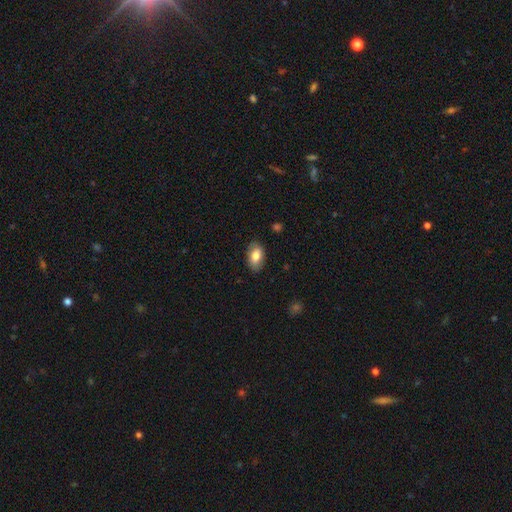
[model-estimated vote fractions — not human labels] smooth_or_featured: smooth (p=0.77) [alt: featured or disk p=0.16]
how_rounded: in between (p=0.93) [alt: round p=0.05]
merging: none (p=0.85) [alt: minor disturbance p=0.12]